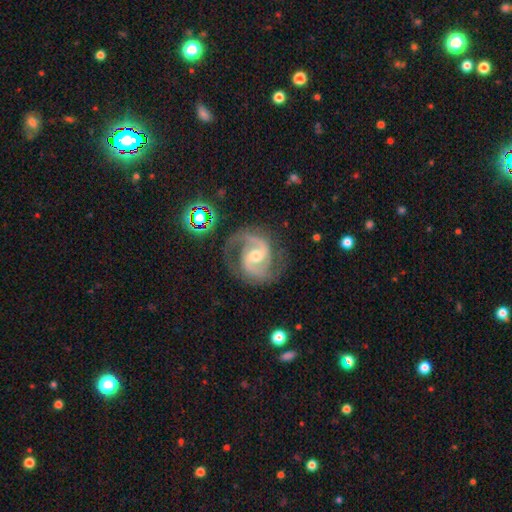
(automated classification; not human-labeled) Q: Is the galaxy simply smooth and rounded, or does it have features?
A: featured or disk — 90%.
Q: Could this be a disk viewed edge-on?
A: no — 98%.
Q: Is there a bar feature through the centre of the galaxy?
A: weak — 47%.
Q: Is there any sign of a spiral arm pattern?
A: yes — 98%.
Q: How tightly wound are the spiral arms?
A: medium — 60%.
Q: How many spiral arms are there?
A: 2 — 92%.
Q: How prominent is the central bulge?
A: moderate — 68%.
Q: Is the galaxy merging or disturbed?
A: none — 77%.